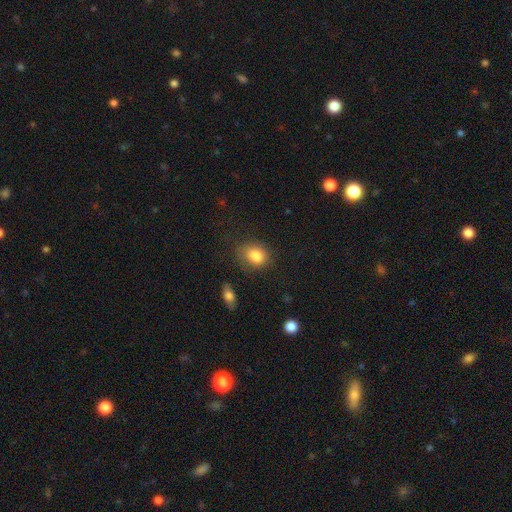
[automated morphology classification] This appears to be a smooth galaxy with no disk features (85%) that is in between round and cigar-shaped (64%). Merging: none (69%).